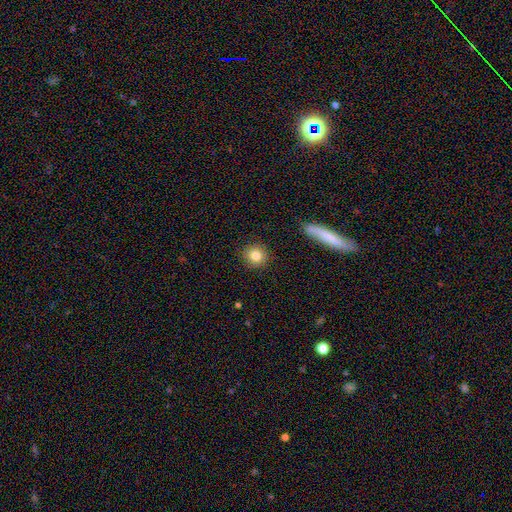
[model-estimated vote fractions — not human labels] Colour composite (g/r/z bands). It shows a smooth galaxy with no disk features (82%) that is round (90%). Merging: none (89%).